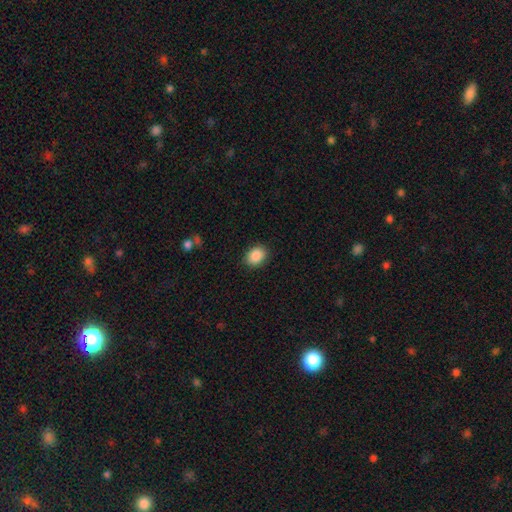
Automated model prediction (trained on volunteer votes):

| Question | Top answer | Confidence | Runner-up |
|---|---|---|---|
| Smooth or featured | smooth | 89% | star or artifact (8%) |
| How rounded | in between | 57% | round (42%) |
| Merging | none | 87% | minor disturbance (10%) |